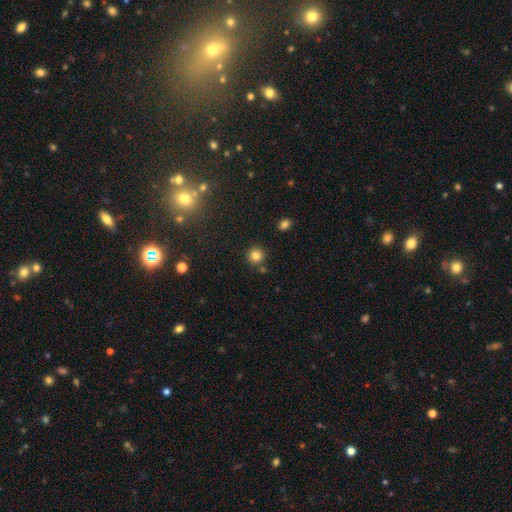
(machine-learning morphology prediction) smooth 82%, star or artifact 12%, featured or disk 6%. Down the decision tree: how rounded — round (93%); merging — none (83%).